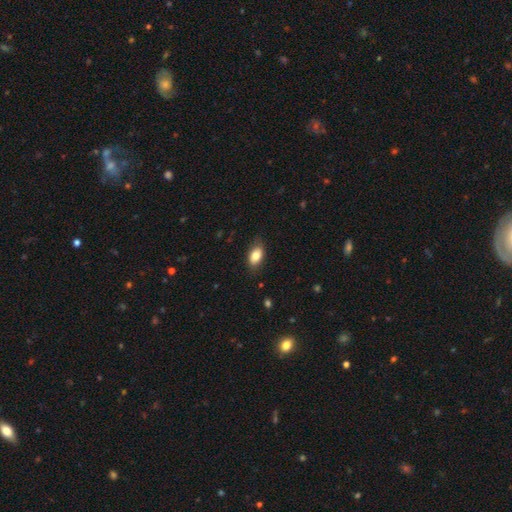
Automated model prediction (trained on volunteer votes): A smooth galaxy with no disk features (81%) that is in between round and cigar-shaped (90%).

Vote fractions:
- Smooth or featured? smooth: 81% / featured or disk: 12% / star or artifact: 7%
- How rounded? in between: 90% / round: 6% / cigar-shaped: 4%
- Merging? none: 79% / minor disturbance: 17% / major disturbance: 4% / merger: 1%